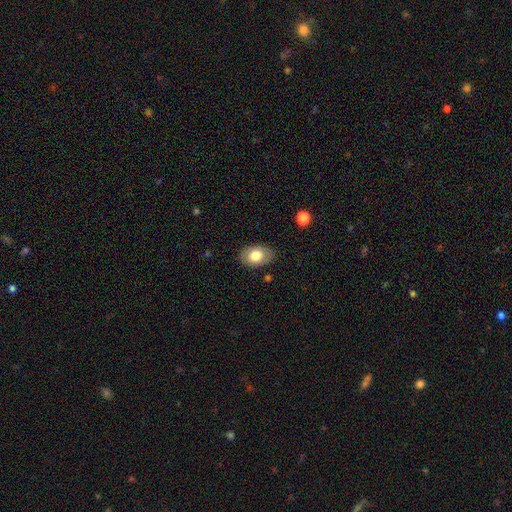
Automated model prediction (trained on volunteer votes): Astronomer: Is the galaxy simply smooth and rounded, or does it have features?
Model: smooth — 77%.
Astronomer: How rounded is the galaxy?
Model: in between — 83%.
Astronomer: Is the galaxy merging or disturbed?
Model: none — 84%.